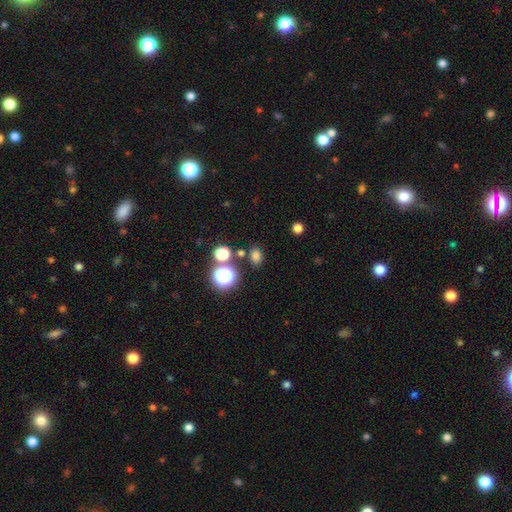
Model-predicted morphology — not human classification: Q: Smooth or featured?
A: smooth (74%); runner-up: star or artifact (21%)
Q: How rounded?
A: in between (56%); runner-up: round (43%)
Q: Merging?
A: none (78%); runner-up: minor disturbance (10%)